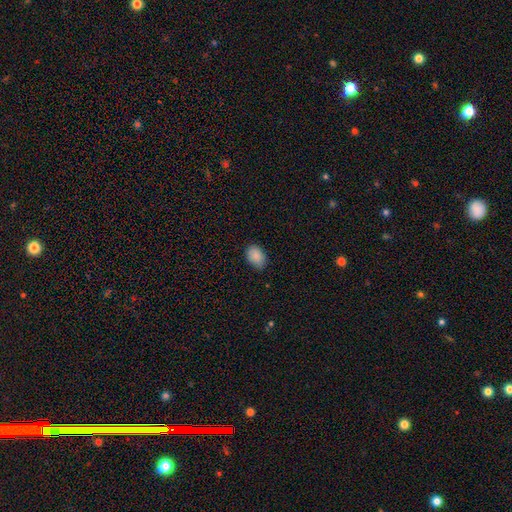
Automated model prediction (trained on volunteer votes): Smooth or featured?
  - smooth: 89% *
  - star or artifact: 8%
  - featured or disk: 4%
How rounded?
  - in between: 84% *
  - round: 15%
  - cigar-shaped: 1%
Merging?
  - none: 78% *
  - minor disturbance: 18%
  - major disturbance: 3%
  - merger: 1%